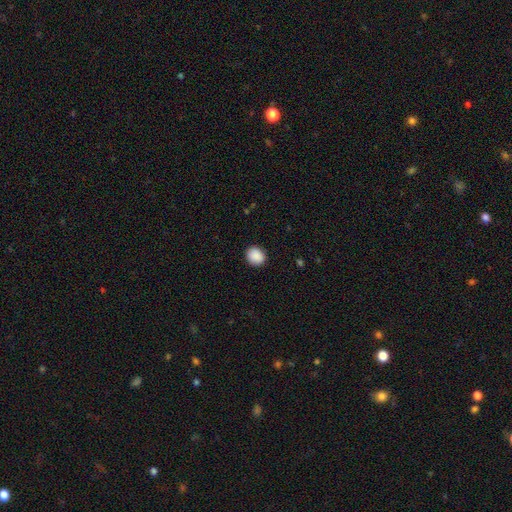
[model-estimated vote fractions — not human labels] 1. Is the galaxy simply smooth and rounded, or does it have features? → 90% smooth, 8% star or artifact, 2% featured or disk.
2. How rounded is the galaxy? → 71% round, 28% in between, 1% cigar-shaped.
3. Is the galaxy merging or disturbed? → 90% none, 7% minor disturbance, 2% major disturbance, 1% merger.